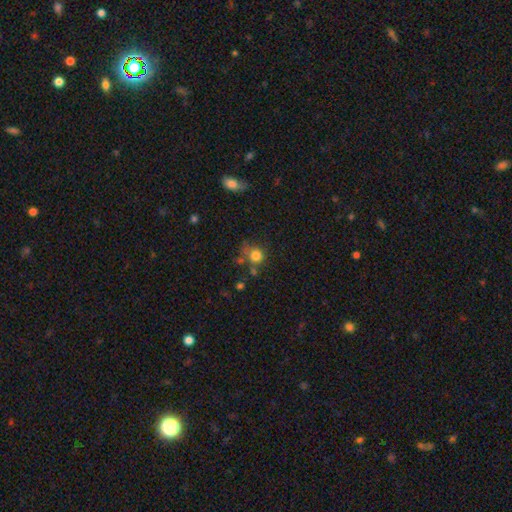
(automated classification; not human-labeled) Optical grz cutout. It shows a smooth galaxy with no disk features (79%) that is round (81%). Merging: none (51%).